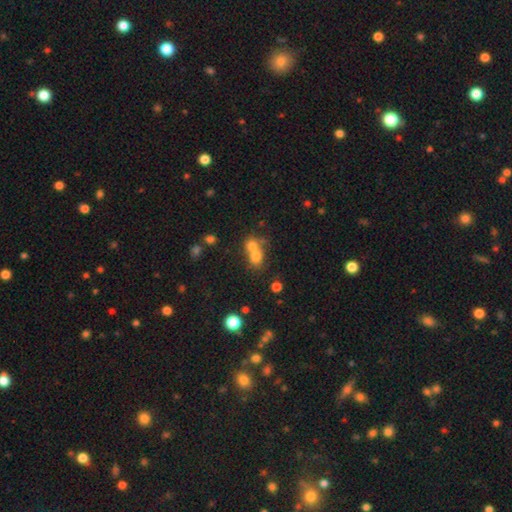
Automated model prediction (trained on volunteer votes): This appears to be a smooth galaxy with no disk features (72%) that is round (66%). Merging: merger (64%).